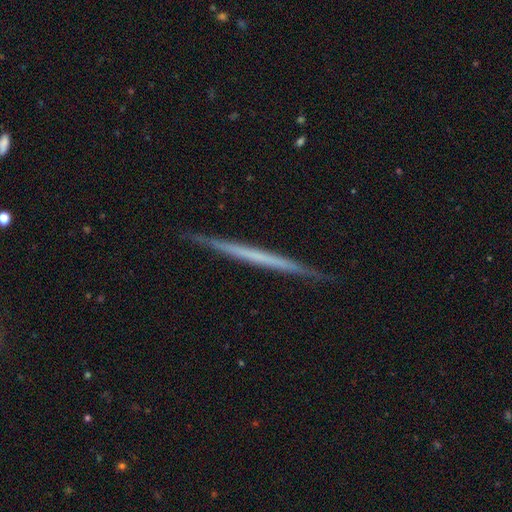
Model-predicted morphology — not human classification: The model was most divided on "smooth or featured": featured or disk: 58%, smooth: 36%, star or artifact: 5%. More confident: edge-on disk — yes (98%); edge-on bulge — none (93%); merging — none (91%).